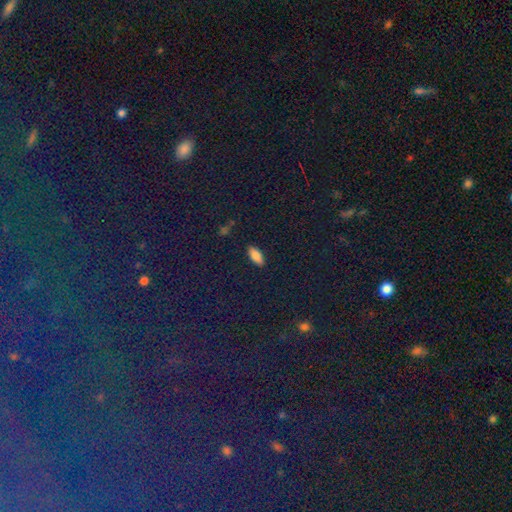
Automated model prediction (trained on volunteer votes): This is clearly a smooth galaxy (83%). How rounded: clearly in between (84%). Merging: clearly none (89%).